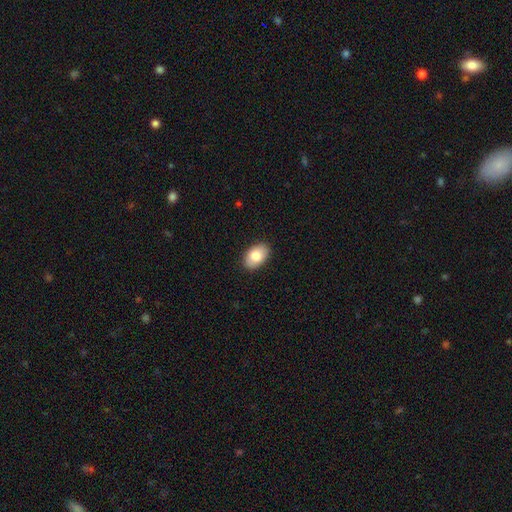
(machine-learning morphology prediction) Smooth or featured? smooth (80%)
How rounded? in between (91%)
Merging? none (88%)